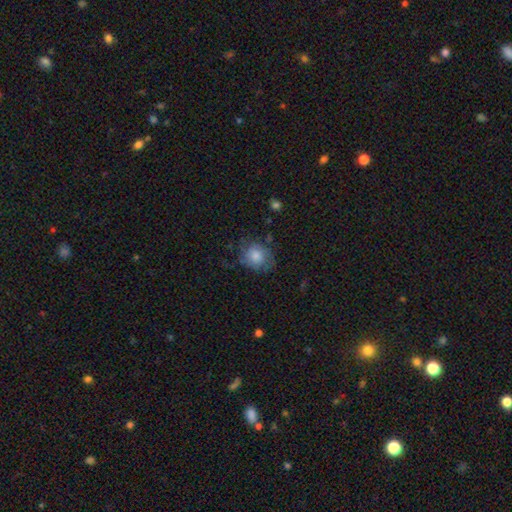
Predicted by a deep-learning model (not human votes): Q: Smooth or featured?
A: smooth (72%); runner-up: featured or disk (21%)
Q: How rounded?
A: round (70%); runner-up: in between (29%)
Q: Merging?
A: none (58%); runner-up: minor disturbance (27%)